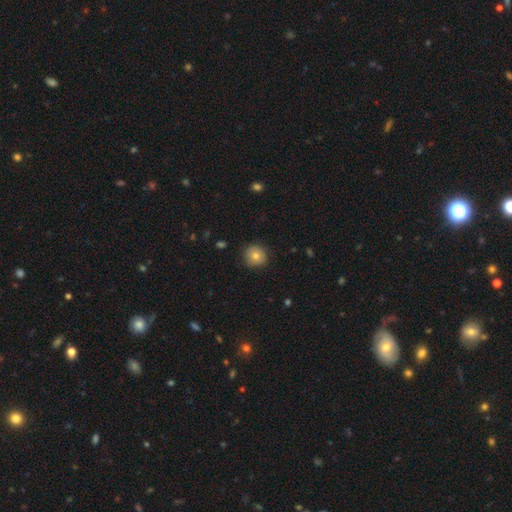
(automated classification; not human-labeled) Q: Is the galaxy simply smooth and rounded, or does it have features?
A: smooth — 78%.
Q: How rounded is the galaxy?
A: round — 92%.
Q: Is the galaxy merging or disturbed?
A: none — 86%.